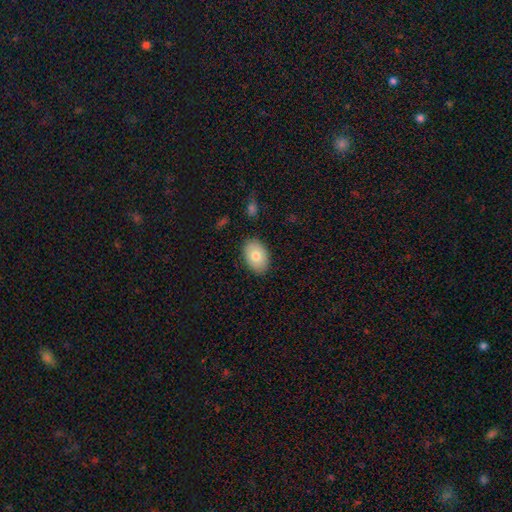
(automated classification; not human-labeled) smooth 77%, featured or disk 16%, star or artifact 7%. Down the decision tree: how rounded — in between (85%); merging — none (87%).